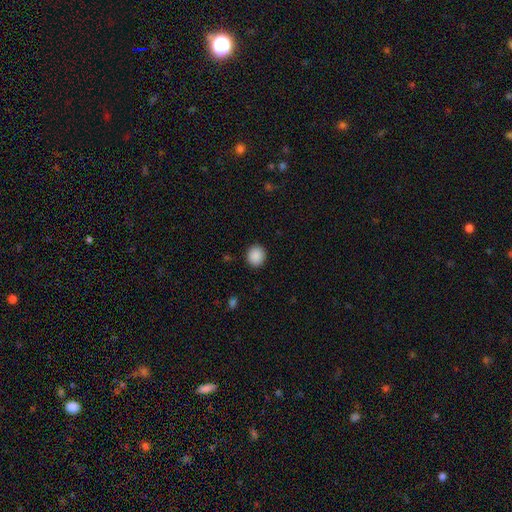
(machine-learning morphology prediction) This is clearly a smooth galaxy (89%). How rounded: clearly round (81%). Merging: clearly none (91%).